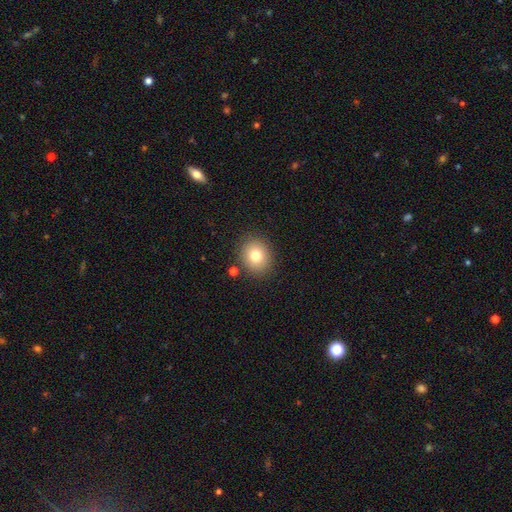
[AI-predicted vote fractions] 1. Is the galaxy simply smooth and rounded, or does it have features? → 79% smooth, 11% star or artifact, 10% featured or disk.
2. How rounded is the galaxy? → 71% round, 28% in between, 1% cigar-shaped.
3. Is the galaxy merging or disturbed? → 86% none, 8% minor disturbance, 3% merger, 3% major disturbance.